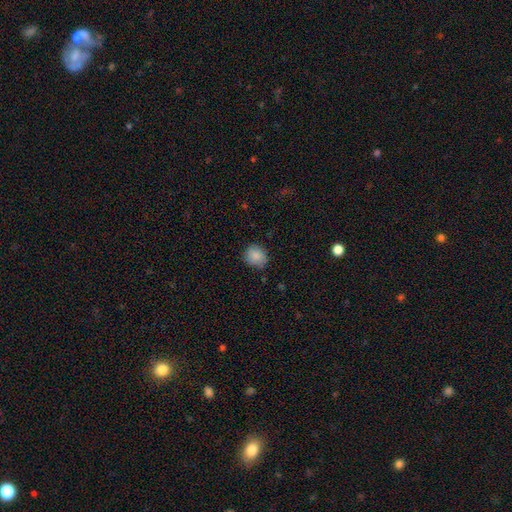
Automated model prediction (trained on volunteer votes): This is clearly a smooth galaxy (86%). How rounded: clearly round (84%). Merging: likely none (78%).